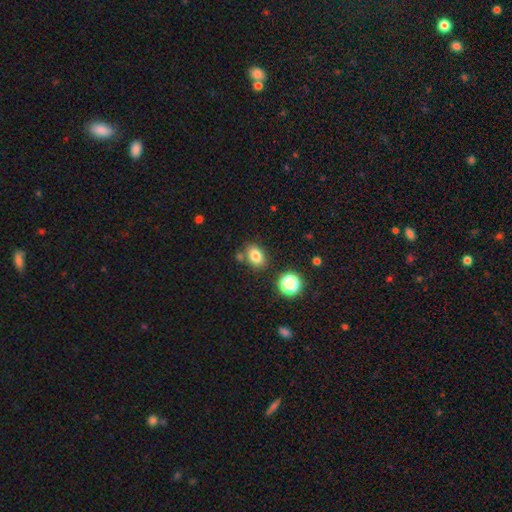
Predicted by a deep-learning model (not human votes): This appears to be a smooth galaxy with no disk features (80%) that is in between round and cigar-shaped (76%). Merging: none (76%).